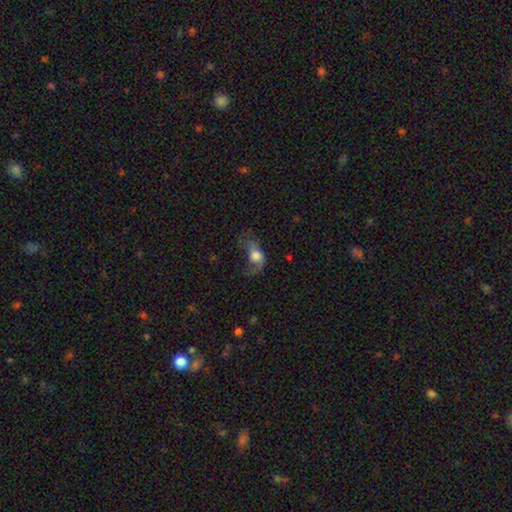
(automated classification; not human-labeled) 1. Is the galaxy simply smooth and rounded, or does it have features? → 61% smooth, 30% featured or disk, 9% star or artifact.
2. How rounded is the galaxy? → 74% in between, 22% round, 4% cigar-shaped.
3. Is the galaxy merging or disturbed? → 56% major disturbance, 21% none, 20% minor disturbance, 4% merger.